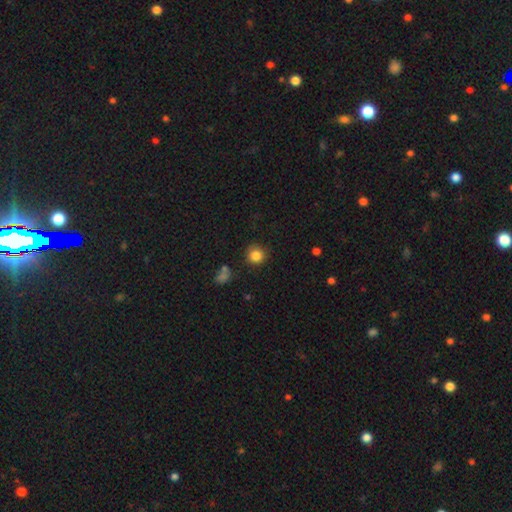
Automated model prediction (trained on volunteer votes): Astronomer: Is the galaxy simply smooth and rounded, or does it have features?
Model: smooth — 84%.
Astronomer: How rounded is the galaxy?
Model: round — 92%.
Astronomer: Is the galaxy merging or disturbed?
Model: none — 86%.